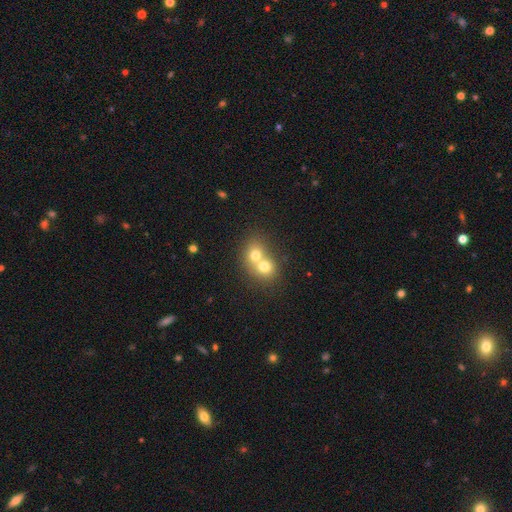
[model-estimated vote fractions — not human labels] Smooth or featured: smooth — 65% (featured or disk — 22%)
How rounded: round — 70% (in between — 29%)
Merging: merger — 70% (none — 23%)